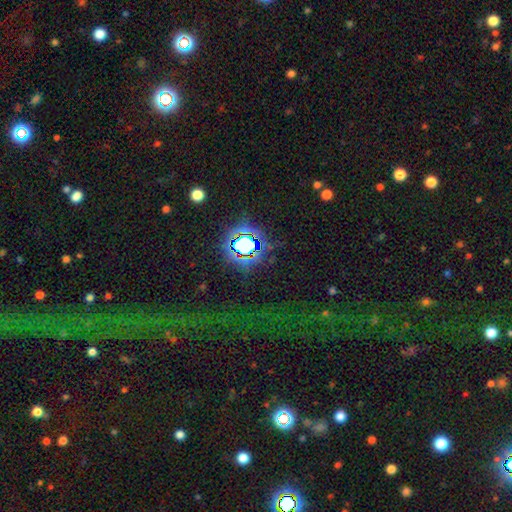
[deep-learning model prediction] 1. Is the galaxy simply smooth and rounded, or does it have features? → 77% star or artifact, 13% smooth, 10% featured or disk.